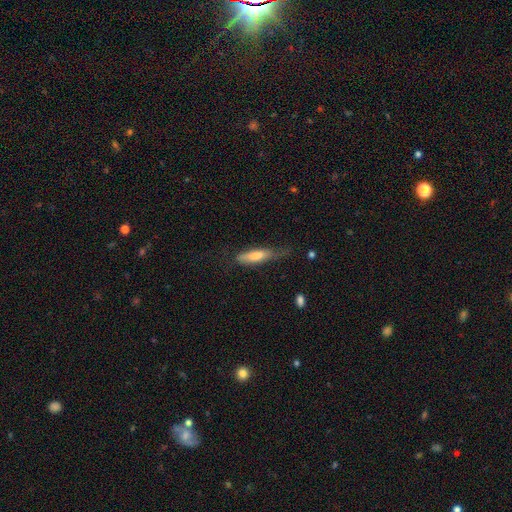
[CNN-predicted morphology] smooth_or_featured: smooth (p=0.61) [alt: featured or disk p=0.32]
how_rounded: cigar-shaped (p=0.74) [alt: in between p=0.24]
merging: none (p=0.51) [alt: minor disturbance p=0.32]